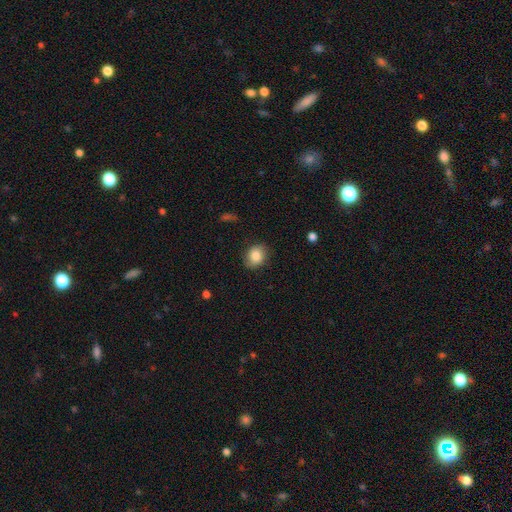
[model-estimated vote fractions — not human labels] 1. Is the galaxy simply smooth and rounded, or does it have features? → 82% smooth, 9% featured or disk, 8% star or artifact.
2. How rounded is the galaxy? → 51% round, 48% in between, 1% cigar-shaped.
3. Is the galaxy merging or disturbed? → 82% none, 14% minor disturbance, 3% major disturbance, 1% merger.